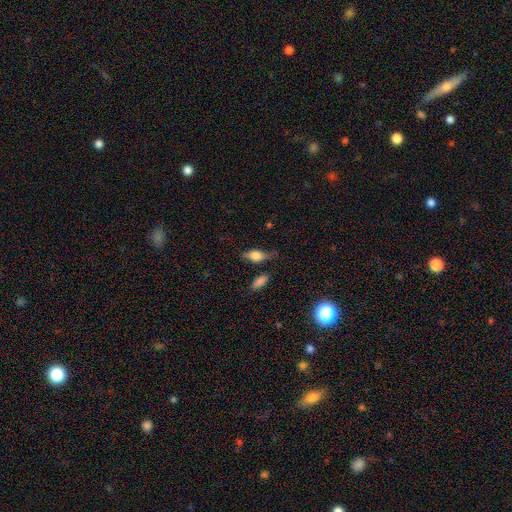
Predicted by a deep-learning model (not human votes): Smooth or featured: smooth — 68% (featured or disk — 23%)
How rounded: in between — 78% (cigar-shaped — 15%)
Merging: none — 58% (minor disturbance — 27%)